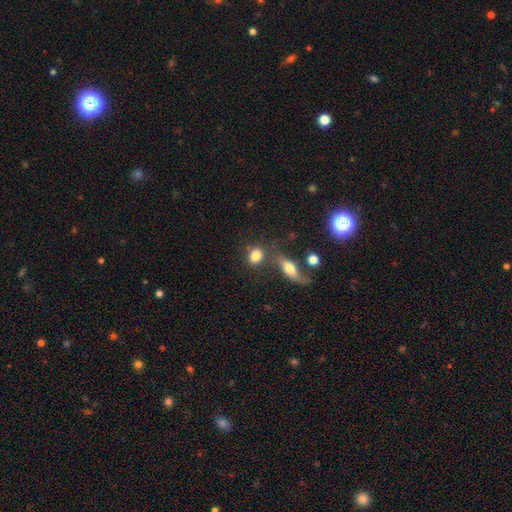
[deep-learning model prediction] Overall: smooth (81%). How rounded: in between (58%; round 39%). Merging: none (58%; merger 21%).